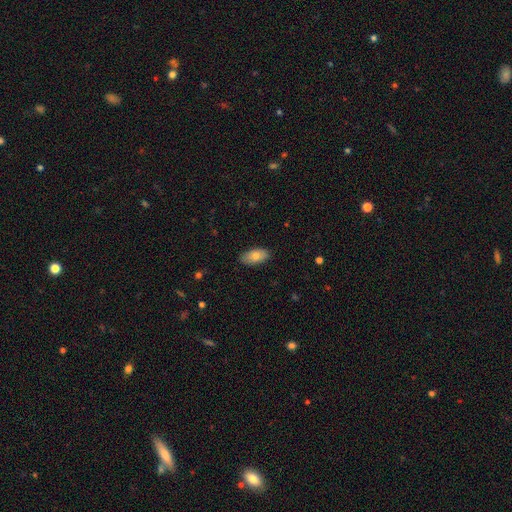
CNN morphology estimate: smooth_or_featured: smooth (p=0.78) [alt: featured or disk p=0.16]
how_rounded: in between (p=0.93) [alt: cigar-shaped p=0.04]
merging: none (p=0.87) [alt: minor disturbance p=0.10]